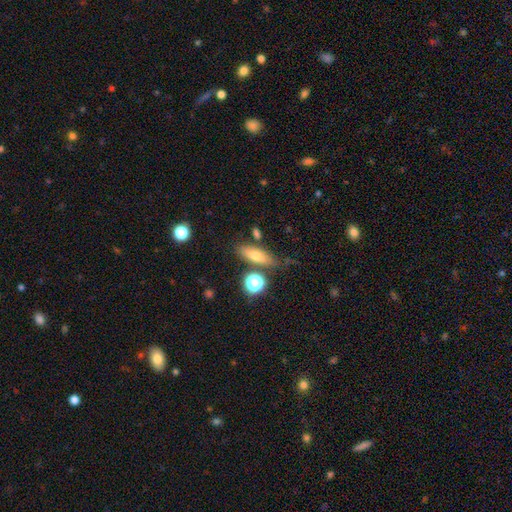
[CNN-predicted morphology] smooth 61%, featured or disk 27%, star or artifact 12%. Down the decision tree: how rounded — in between (49%); merging — none (72%).